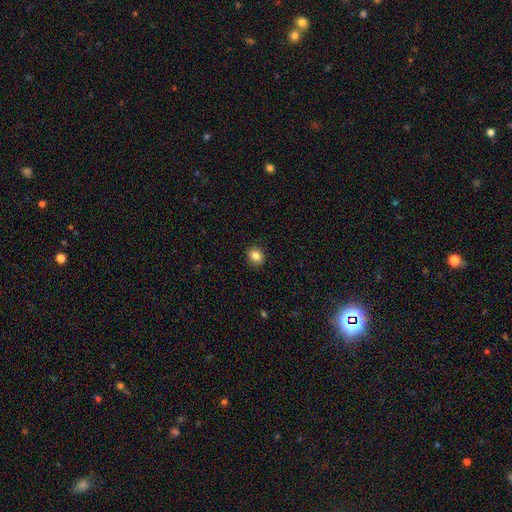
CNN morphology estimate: Q: Smooth or featured?
A: smooth (84%); runner-up: star or artifact (10%)
Q: How rounded?
A: round (67%); runner-up: in between (32%)
Q: Merging?
A: none (91%); runner-up: minor disturbance (7%)